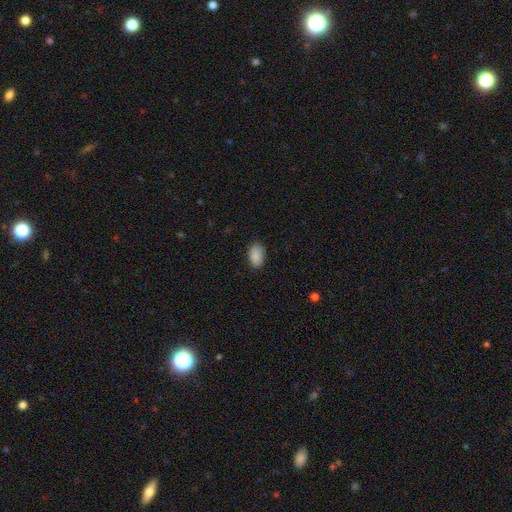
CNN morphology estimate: A smooth galaxy with no disk features (88%) that is in between round and cigar-shaped (91%).

Vote fractions:
- Smooth or featured? smooth: 88% / star or artifact: 7% / featured or disk: 4%
- How rounded? in between: 91% / round: 8% / cigar-shaped: 1%
- Merging? none: 84% / minor disturbance: 12% / major disturbance: 2% / merger: 1%